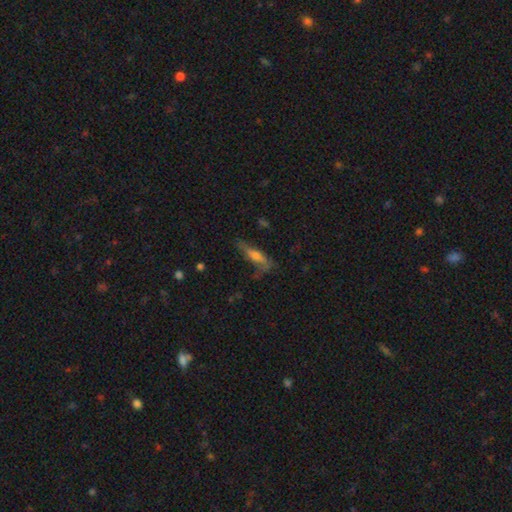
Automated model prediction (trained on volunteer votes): Smooth or featured?
  - smooth: 51% *
  - featured or disk: 40%
  - star or artifact: 9%
How rounded?
  - cigar-shaped: 61% *
  - in between: 36%
  - round: 3%
Merging?
  - none: 53% *
  - minor disturbance: 27%
  - major disturbance: 17%
  - merger: 3%